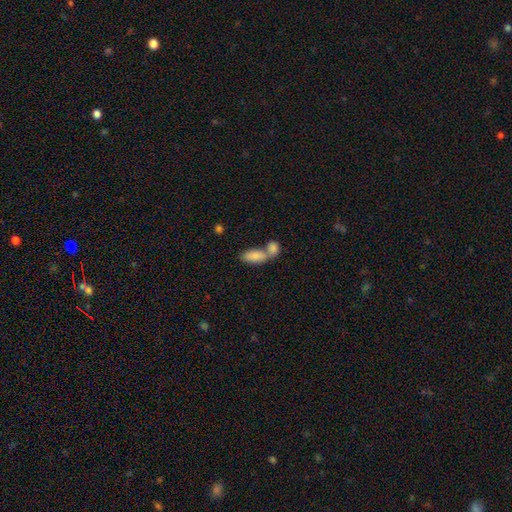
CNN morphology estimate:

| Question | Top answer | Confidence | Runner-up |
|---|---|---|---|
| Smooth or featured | smooth | 85% | featured or disk (9%) |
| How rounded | in between | 89% | cigar-shaped (8%) |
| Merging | merger | 62% | none (27%) |